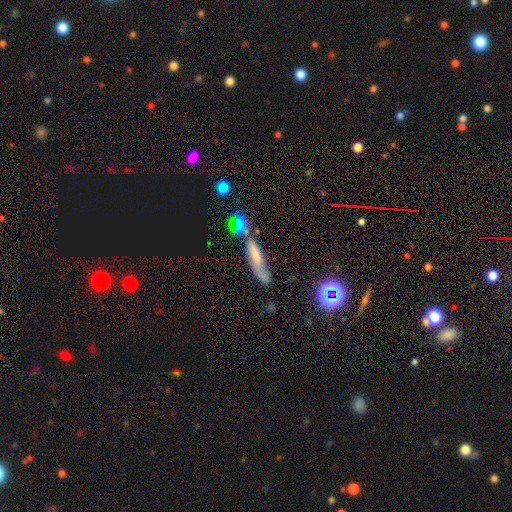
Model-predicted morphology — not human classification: Smooth or featured: smooth — 52% (featured or disk — 33%)
How rounded: cigar-shaped — 70% (in between — 26%)
Merging: none — 49% (minor disturbance — 25%)